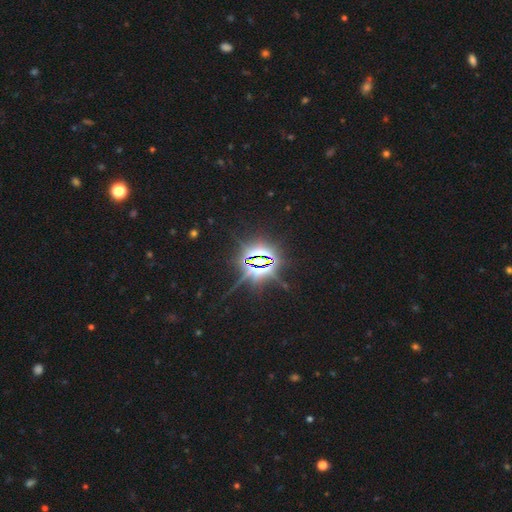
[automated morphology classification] Overall: star or artifact (84%).